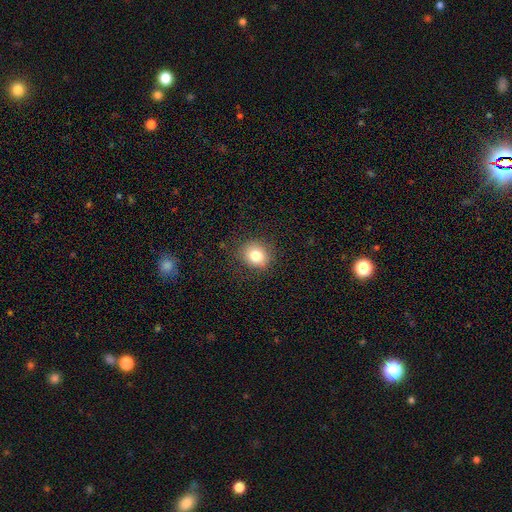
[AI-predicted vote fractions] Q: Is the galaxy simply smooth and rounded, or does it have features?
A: smooth — 80%.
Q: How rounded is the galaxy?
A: round — 73%.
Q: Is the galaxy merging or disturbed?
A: none — 85%.